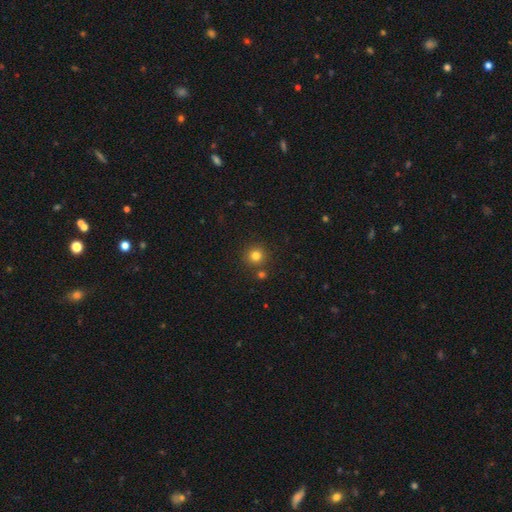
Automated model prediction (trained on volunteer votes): Smooth or featured?
  - smooth: 80% *
  - star or artifact: 14%
  - featured or disk: 6%
How rounded?
  - round: 93% *
  - in between: 6%
  - cigar-shaped: 1%
Merging?
  - none: 81% *
  - merger: 9%
  - minor disturbance: 7%
  - major disturbance: 2%